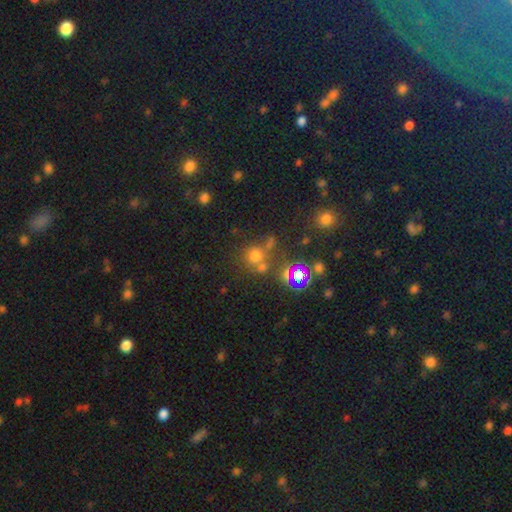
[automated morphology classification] Overall: smooth (61%; star or artifact 30%). How rounded: round (88%). Merging: none (61%; merger 22%).